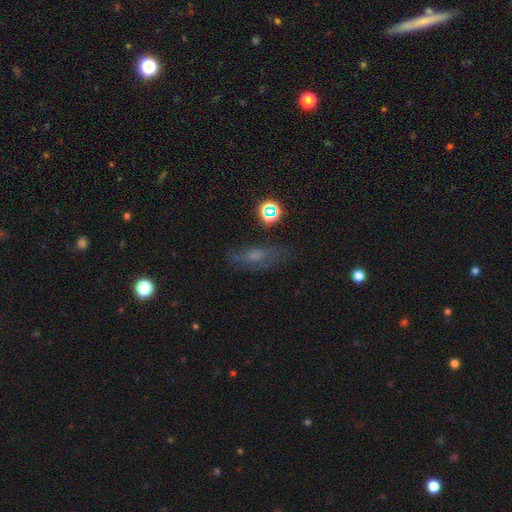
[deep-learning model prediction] smooth_or_featured: smooth (p=0.44) [alt: featured or disk p=0.35]
merging: none (p=0.63) [alt: minor disturbance p=0.21]